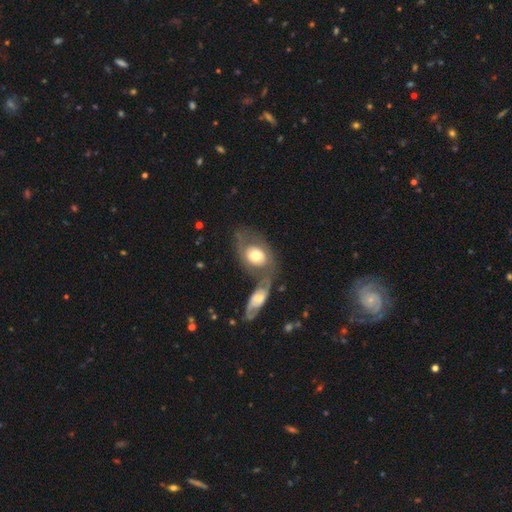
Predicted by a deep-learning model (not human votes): smooth_or_featured: featured or disk (p=0.48) [alt: smooth p=0.46]
merging: merger (p=0.42) [alt: none p=0.34]